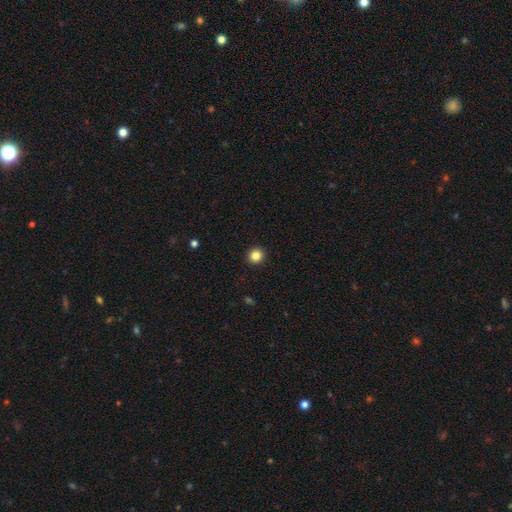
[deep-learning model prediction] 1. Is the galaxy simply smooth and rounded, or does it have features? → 85% smooth, 11% star or artifact, 4% featured or disk.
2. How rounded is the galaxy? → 93% round, 6% in between, 1% cigar-shaped.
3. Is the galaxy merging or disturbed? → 93% none, 4% minor disturbance, 1% major disturbance, 1% merger.